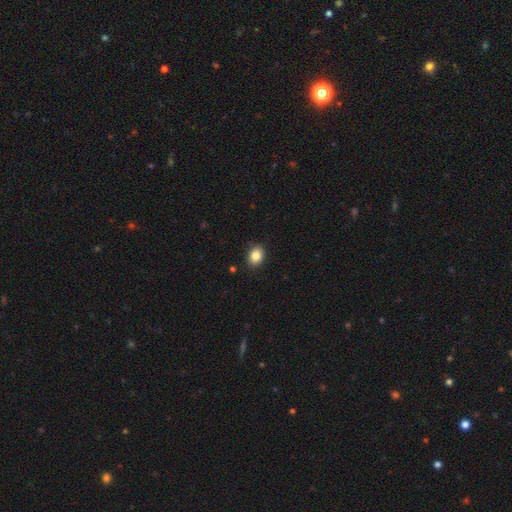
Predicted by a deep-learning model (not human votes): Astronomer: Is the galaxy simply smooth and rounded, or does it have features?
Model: smooth — 85%.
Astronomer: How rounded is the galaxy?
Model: in between — 58% (runner-up: round, 41%).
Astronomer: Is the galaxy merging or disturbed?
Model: none — 88%.